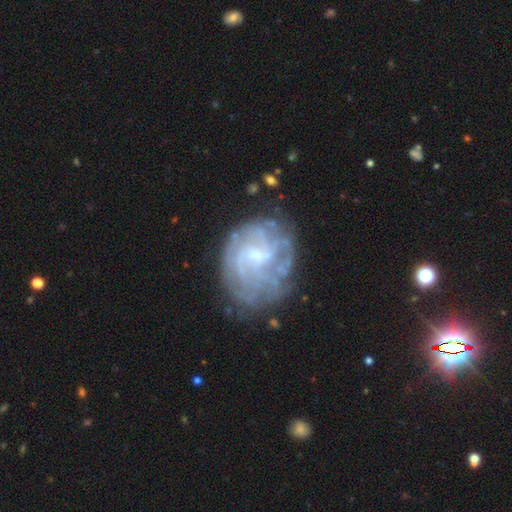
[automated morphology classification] Smooth or featured: featured or disk — 75% (smooth — 16%)
Edge-on disk: no — 98% (yes — 2%)
Bar: weak — 48% (no — 44%)
Spiral arms: yes — 71% (no — 29%)
Spiral winding: tight — 50% (medium — 32%)
Spiral arm count: can't tell — 55% (4 — 12%)
Bulge size: small — 50% (moderate — 26%)
Merging: none — 62% (minor disturbance — 20%)